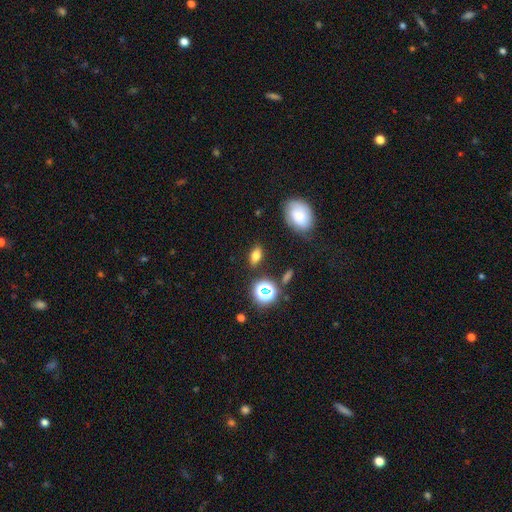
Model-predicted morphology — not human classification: Q: Smooth or featured?
A: smooth (67%); runner-up: star or artifact (17%)
Q: How rounded?
A: in between (77%); runner-up: round (15%)
Q: Merging?
A: none (83%); runner-up: minor disturbance (10%)